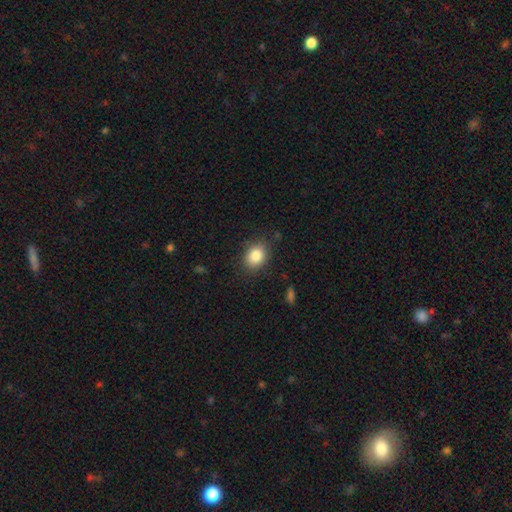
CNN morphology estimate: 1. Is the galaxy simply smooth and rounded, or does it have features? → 85% smooth, 9% star or artifact, 6% featured or disk.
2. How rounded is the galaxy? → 56% in between, 43% round, 1% cigar-shaped.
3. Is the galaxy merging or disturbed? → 83% none, 12% minor disturbance, 4% major disturbance, 1% merger.